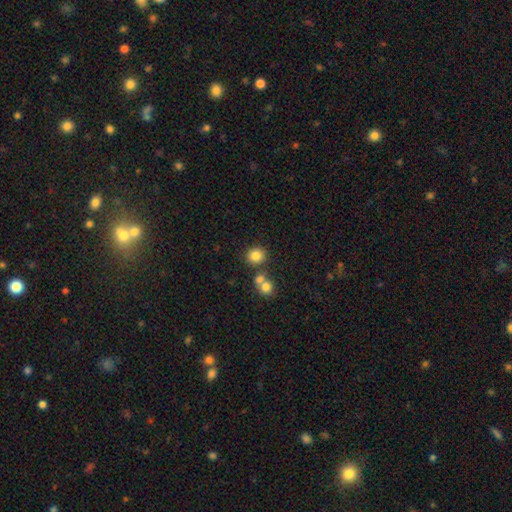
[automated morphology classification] type=smooth (82%); roundness=round (86%); merging=none (73%).